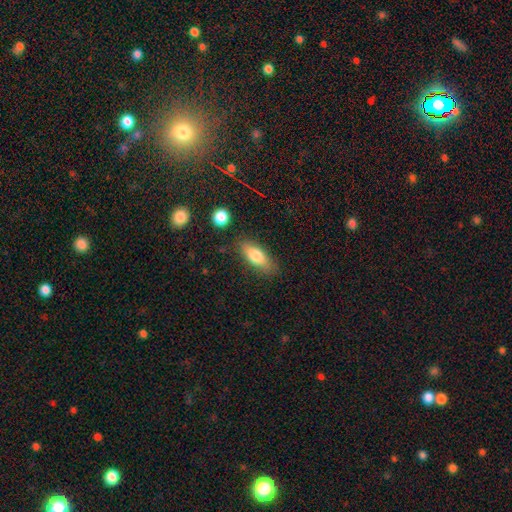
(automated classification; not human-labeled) Overall: smooth (76%). How rounded: in between (73%). Merging: none (81%).